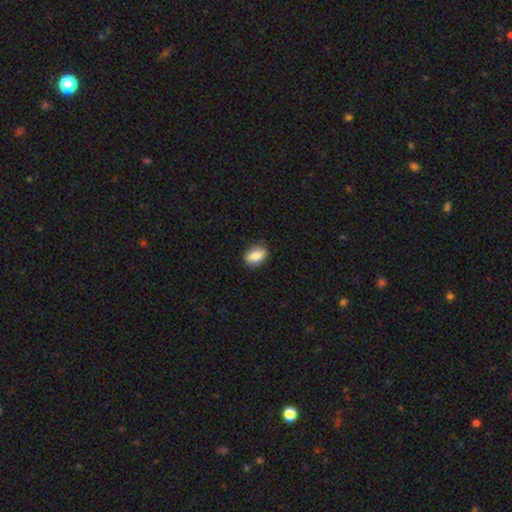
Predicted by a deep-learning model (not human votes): Smooth or featured?
  - smooth: 83% *
  - featured or disk: 10%
  - star or artifact: 8%
How rounded?
  - in between: 78% *
  - round: 20%
  - cigar-shaped: 2%
Merging?
  - none: 84% *
  - minor disturbance: 13%
  - major disturbance: 2%
  - merger: 1%